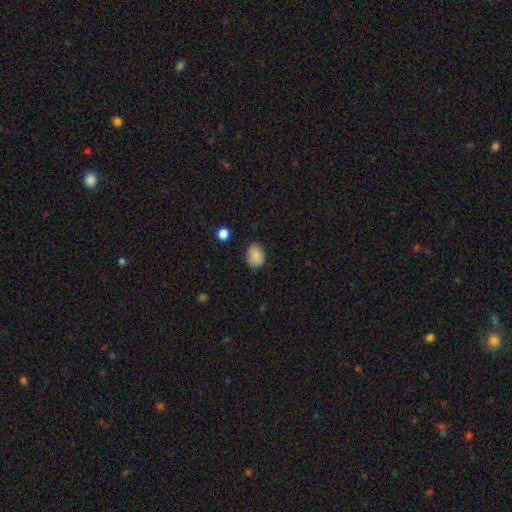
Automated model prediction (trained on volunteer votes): A smooth galaxy with no disk features (82%) that is in between round and cigar-shaped (65%). Merging: none (77%).